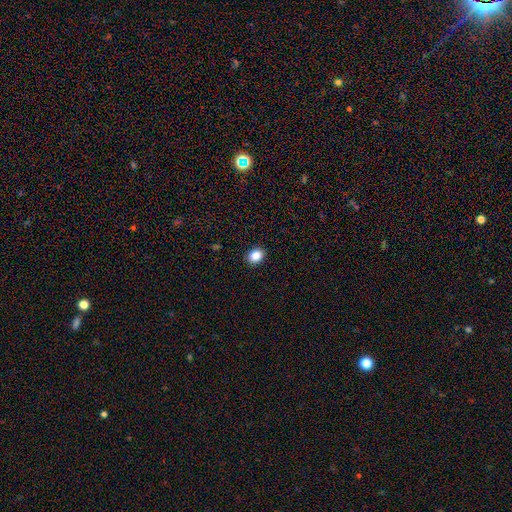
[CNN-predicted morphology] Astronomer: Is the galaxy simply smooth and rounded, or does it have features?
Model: smooth — 86%.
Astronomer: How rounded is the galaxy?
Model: in between — 55% (runner-up: round, 44%).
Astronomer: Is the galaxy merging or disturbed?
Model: none — 91%.